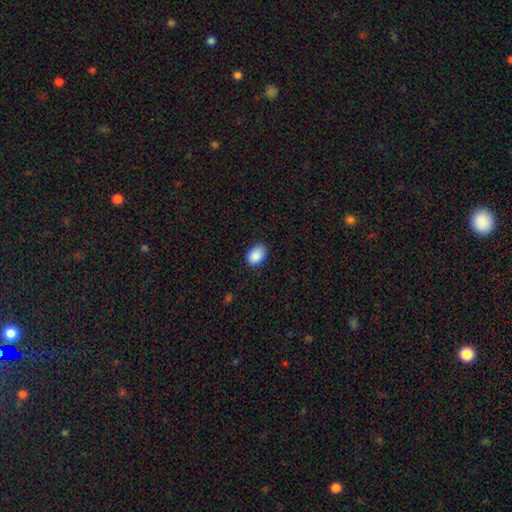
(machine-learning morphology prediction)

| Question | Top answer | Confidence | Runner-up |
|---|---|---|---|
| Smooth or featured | smooth | 89% | star or artifact (7%) |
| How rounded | in between | 79% | round (20%) |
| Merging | none | 81% | minor disturbance (15%) |